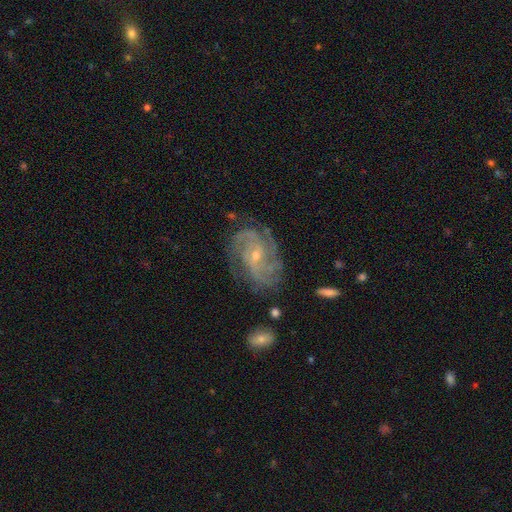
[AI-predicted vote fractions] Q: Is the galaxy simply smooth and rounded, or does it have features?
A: featured or disk — 86%.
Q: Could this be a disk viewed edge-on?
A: no — 97%.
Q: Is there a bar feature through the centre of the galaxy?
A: no — 54%.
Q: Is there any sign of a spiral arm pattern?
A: yes — 95%.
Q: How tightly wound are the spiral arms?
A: tight — 47%.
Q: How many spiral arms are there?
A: can't tell — 26%.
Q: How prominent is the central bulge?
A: small — 71%.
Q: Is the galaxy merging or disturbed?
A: none — 71%.